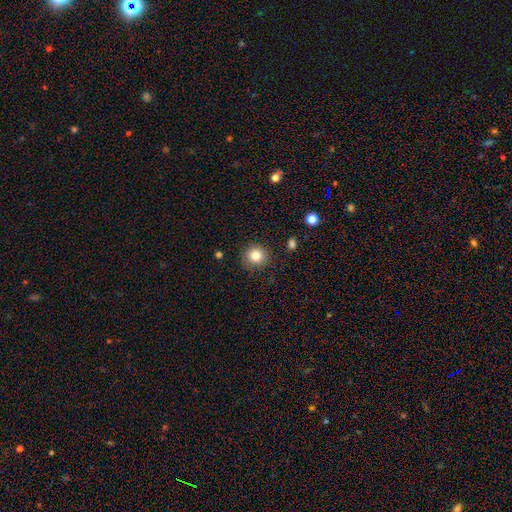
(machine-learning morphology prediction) Smooth or featured? Predicted: smooth (p=0.83). How rounded? Predicted: round (p=0.92). Merging? Predicted: none (p=0.88).